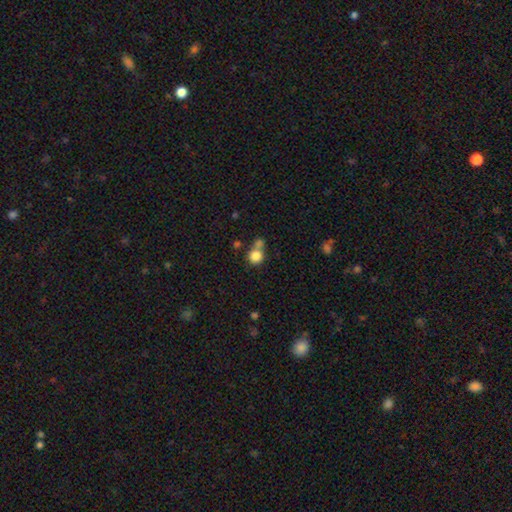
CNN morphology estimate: smooth-or-featured: smooth: 83% | star or artifact: 10% | featured or disk: 7%
  how-rounded: round: 90% | in between: 9% | cigar-shaped: 1%
  merging: none: 50% | merger: 37% | minor disturbance: 9% | major disturbance: 4%